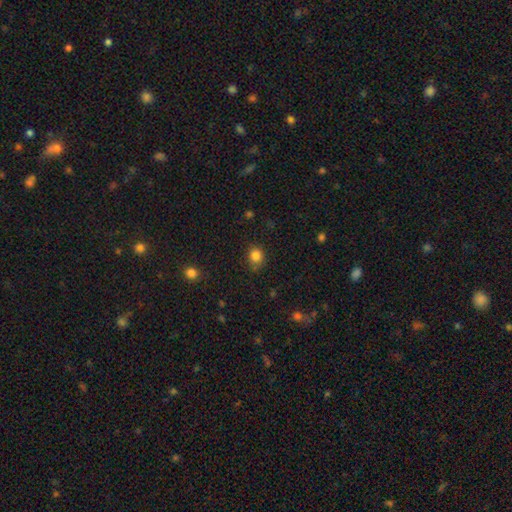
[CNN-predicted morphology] Overall: smooth (84%). How rounded: round (77%). Merging: none (77%).